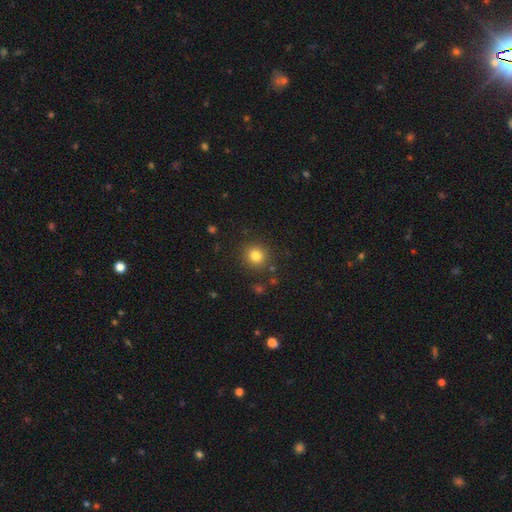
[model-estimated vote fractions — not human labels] Smooth or featured: smooth — 81% (star or artifact — 13%)
How rounded: round — 91% (in between — 8%)
Merging: none — 87% (minor disturbance — 7%)